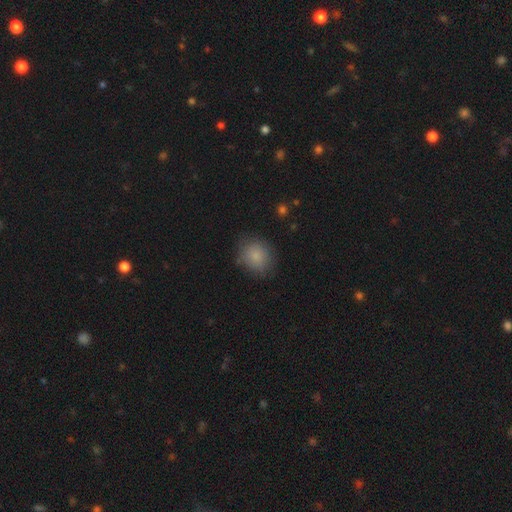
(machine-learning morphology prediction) A smooth galaxy with no disk features (85%) that is round (70%).

Vote fractions:
- Smooth or featured? smooth: 85% / star or artifact: 9% / featured or disk: 6%
- How rounded? round: 70% / in between: 29% / cigar-shaped: 1%
- Merging? none: 77% / minor disturbance: 17% / major disturbance: 5% / merger: 1%